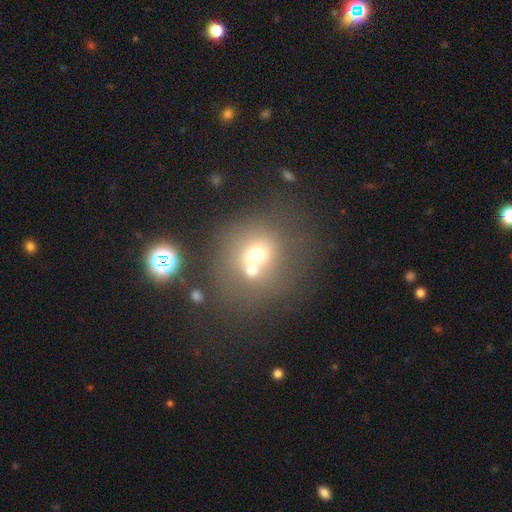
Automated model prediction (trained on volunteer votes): Q: Smooth or featured?
A: smooth (62%); runner-up: featured or disk (20%)
Q: How rounded?
A: round (78%); runner-up: in between (21%)
Q: Merging?
A: merger (42%); runner-up: none (41%)